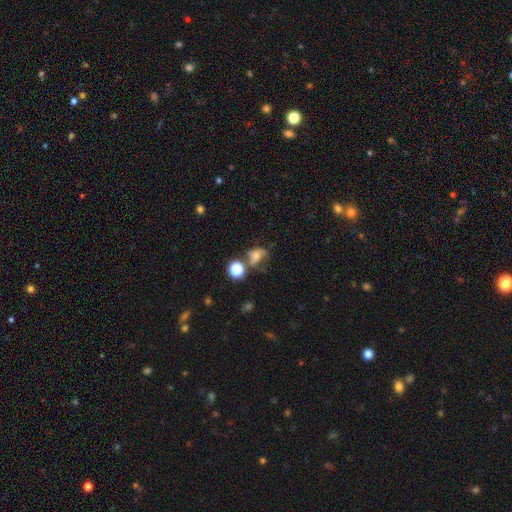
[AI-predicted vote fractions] smooth-or-featured: smooth: 55% | featured or disk: 28% | star or artifact: 17%
  how-rounded: in between: 50% | round: 48% | cigar-shaped: 2%
  merging: none: 38% | minor disturbance: 23% | merger: 21% | major disturbance: 18%